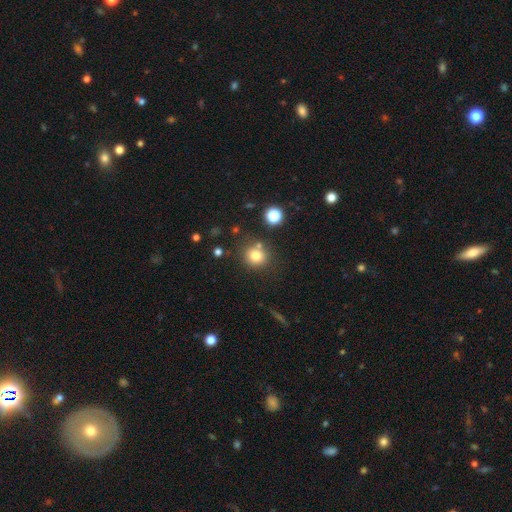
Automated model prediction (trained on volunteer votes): Overall: smooth (77%). How rounded: round (89%). Merging: none (74%).